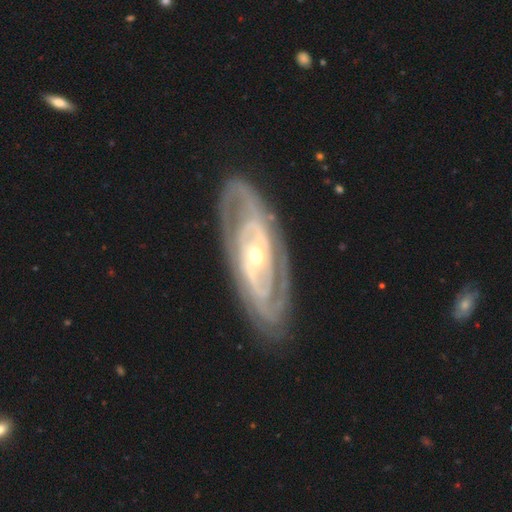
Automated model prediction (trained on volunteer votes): featured or disk 89%, smooth 7%, star or artifact 5%. Down the decision tree: edge-on disk — no (91%); bar — no (55%); spiral arms — yes (92%); spiral arm count — 2 (49%); spiral winding — tight (70%); bulge size — small (58%); merging — none (83%).